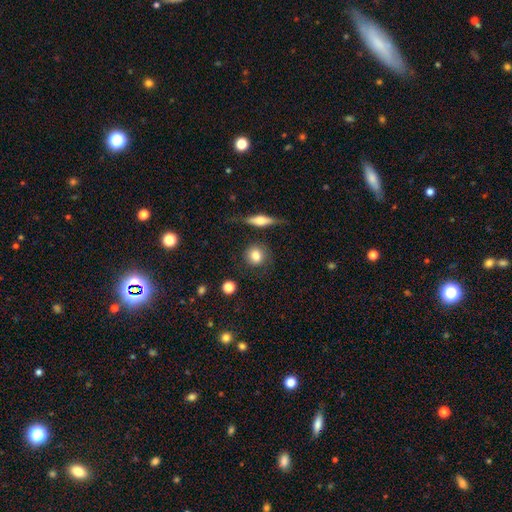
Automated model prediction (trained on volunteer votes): smooth-or-featured: smooth: 81% | featured or disk: 10% | star or artifact: 8%
  how-rounded: round: 84% | in between: 14% | cigar-shaped: 2%
  merging: none: 79% | minor disturbance: 12% | major disturbance: 4% | merger: 4%